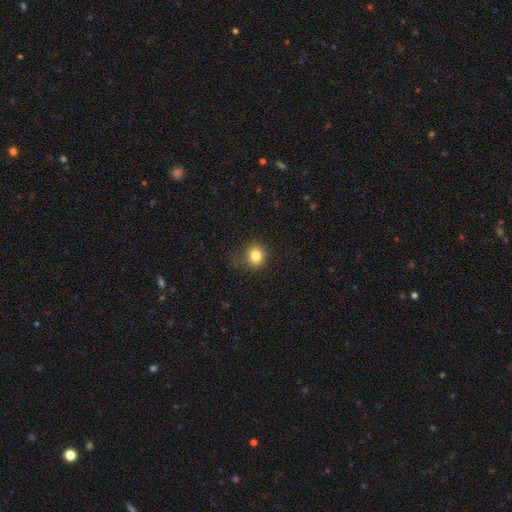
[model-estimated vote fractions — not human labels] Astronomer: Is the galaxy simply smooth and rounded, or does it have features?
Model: smooth — 81%.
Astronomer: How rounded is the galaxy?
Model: round — 75%.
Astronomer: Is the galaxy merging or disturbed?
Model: none — 77%.